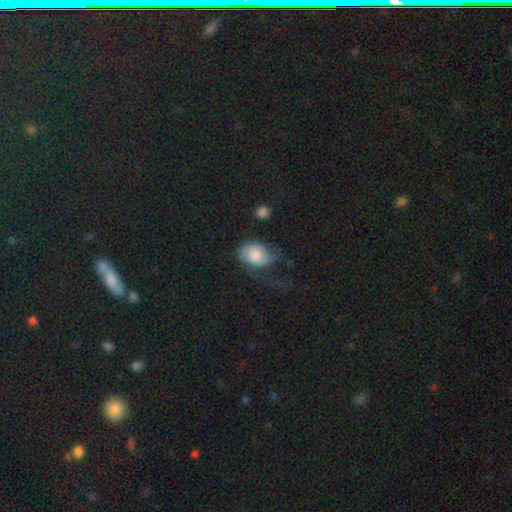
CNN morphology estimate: The model was most divided on "merging": major disturbance: 39%, minor disturbance: 29%, none: 28%, merger: 4%. More confident: how rounded — in between (75%); smooth or featured — smooth (69%).